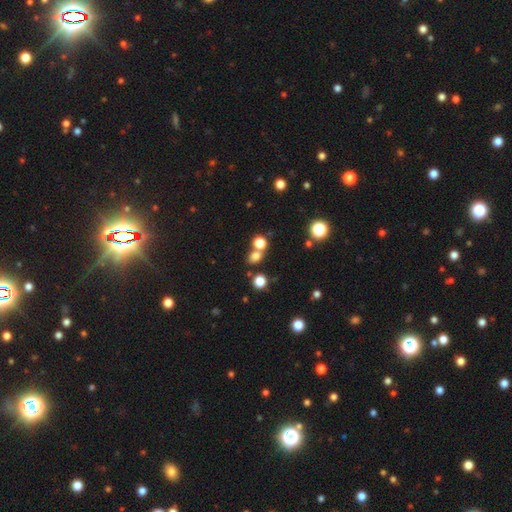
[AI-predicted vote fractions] This appears to be a smooth galaxy with no disk features (73%) that is round (63%). Merging: none (58%).